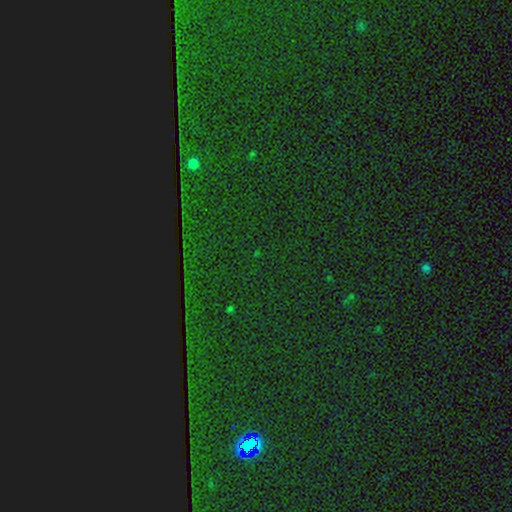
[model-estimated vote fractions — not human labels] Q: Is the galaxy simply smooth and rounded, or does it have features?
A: star or artifact — 85%.